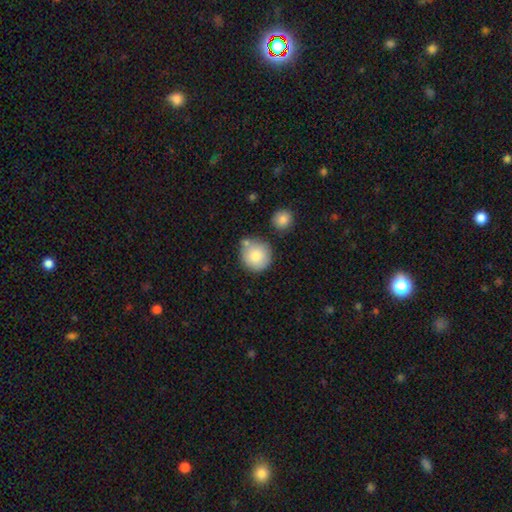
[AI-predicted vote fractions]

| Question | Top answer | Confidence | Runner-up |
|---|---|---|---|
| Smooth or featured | smooth | 82% | featured or disk (10%) |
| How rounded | round | 92% | in between (7%) |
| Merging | none | 67% | minor disturbance (15%) |